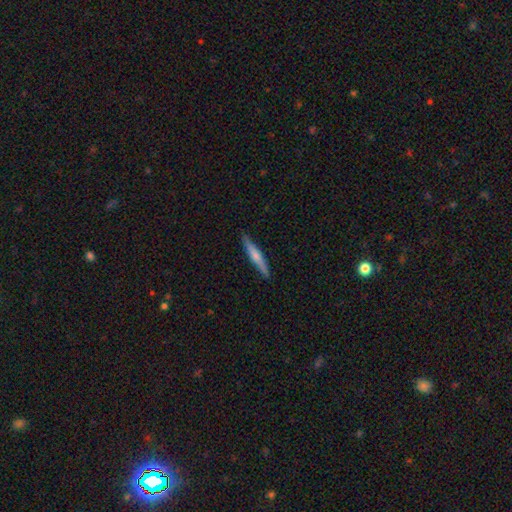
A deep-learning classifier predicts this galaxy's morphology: The model was most divided on "smooth or featured": smooth: 53%, featured or disk: 42%, star or artifact: 5%. More confident: how rounded — cigar-shaped (92%); merging — none (86%).